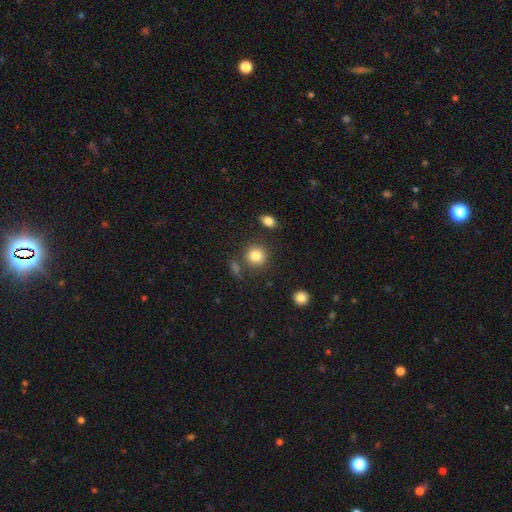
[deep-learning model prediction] A smooth galaxy with no disk features (84%) that is round (88%).

Vote fractions:
- Smooth or featured? smooth: 84% / star or artifact: 10% / featured or disk: 6%
- How rounded? round: 88% / in between: 11% / cigar-shaped: 1%
- Merging? none: 78% / minor disturbance: 11% / merger: 8% / major disturbance: 4%